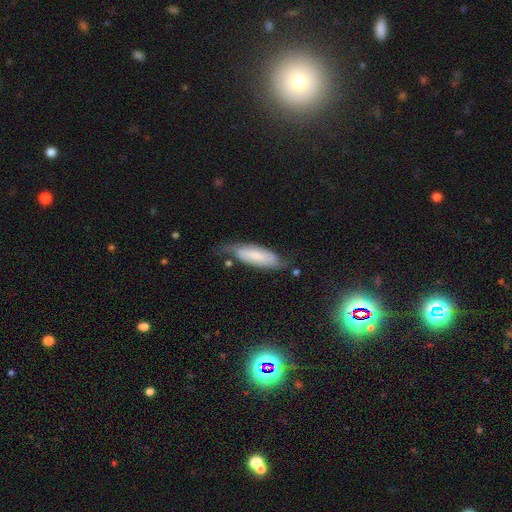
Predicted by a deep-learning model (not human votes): A smooth galaxy with no disk features (57%) that is in between round and cigar-shaped (55%).

Vote fractions:
- Smooth or featured? smooth: 57% / featured or disk: 35% / star or artifact: 7%
- How rounded? in between: 55% / cigar-shaped: 44% / round: 2%
- Merging? none: 52% / minor disturbance: 31% / major disturbance: 14% / merger: 3%